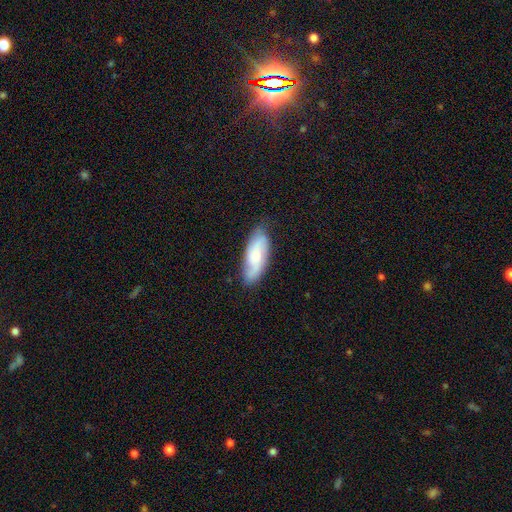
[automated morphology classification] Smooth or featured? smooth (47%, tied with featured or disk)
Merging? none (77%)